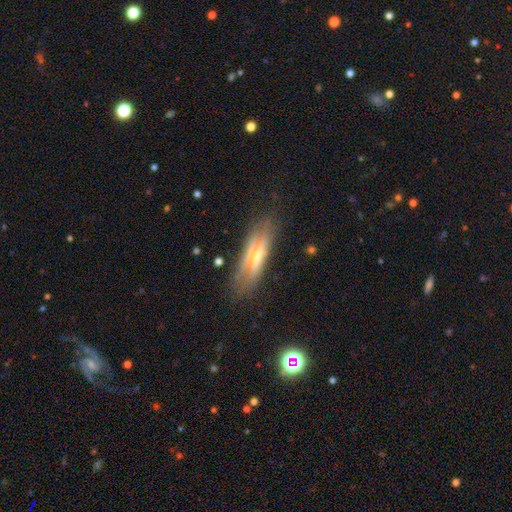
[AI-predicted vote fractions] Overall: featured or disk (61%; smooth 30%). Edge-on disk: yes (81%). Merging: none (76%).